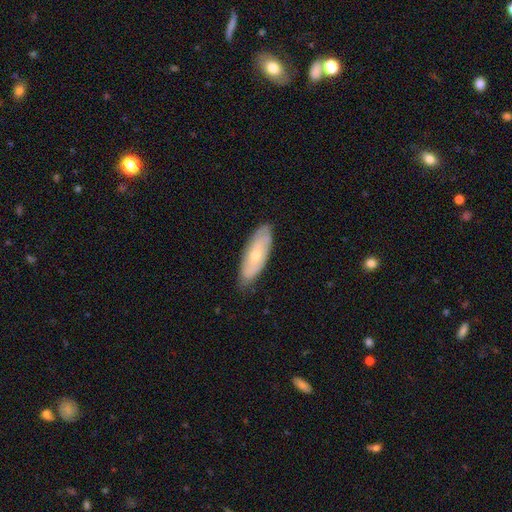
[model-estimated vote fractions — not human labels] Morphology: type=smooth (47%, tied with featured or disk); merging=none (79%).